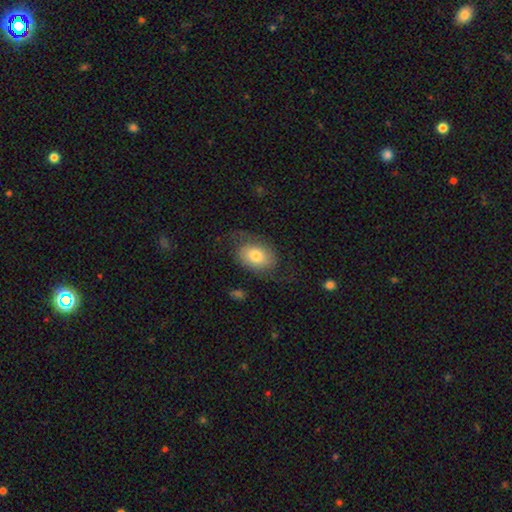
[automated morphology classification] Smooth or featured?
  - smooth: 65% *
  - featured or disk: 28%
  - star or artifact: 7%
How rounded?
  - in between: 78% *
  - round: 21%
  - cigar-shaped: 1%
Merging?
  - none: 59% *
  - minor disturbance: 21%
  - major disturbance: 18%
  - merger: 2%